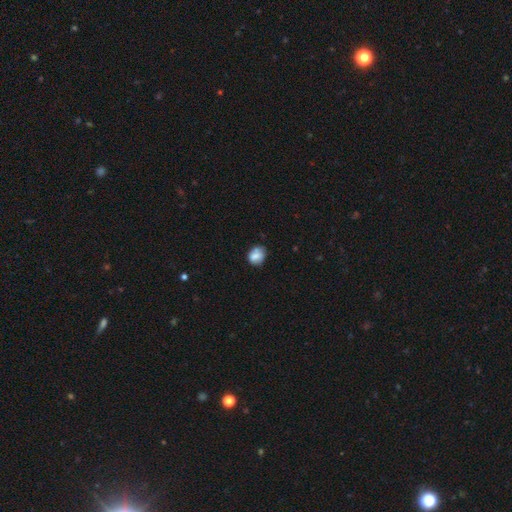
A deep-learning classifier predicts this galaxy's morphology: This appears to be a smooth galaxy with no disk features (74%) that is round (63%). Merging: none (58%).